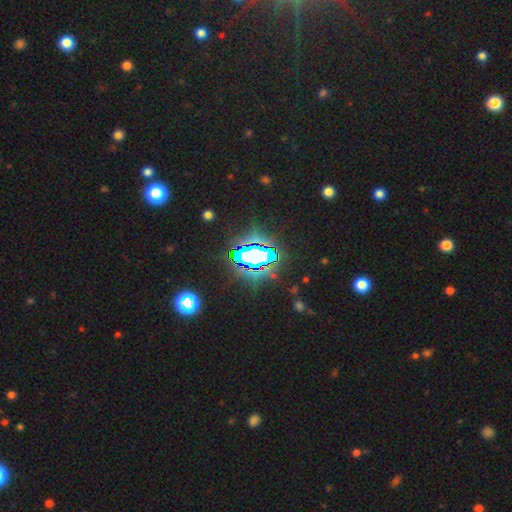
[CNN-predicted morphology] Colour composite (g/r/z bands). It shows a star or artifact, not a galaxy (71%).